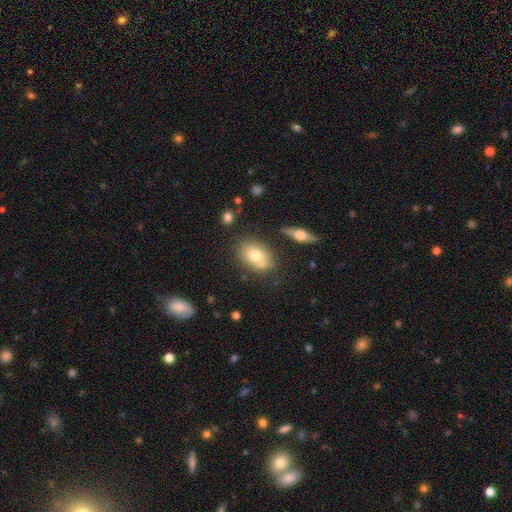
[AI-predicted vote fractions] This appears to be a smooth galaxy with no disk features (72%) that is in between round and cigar-shaped (81%). Merging: none (67%).